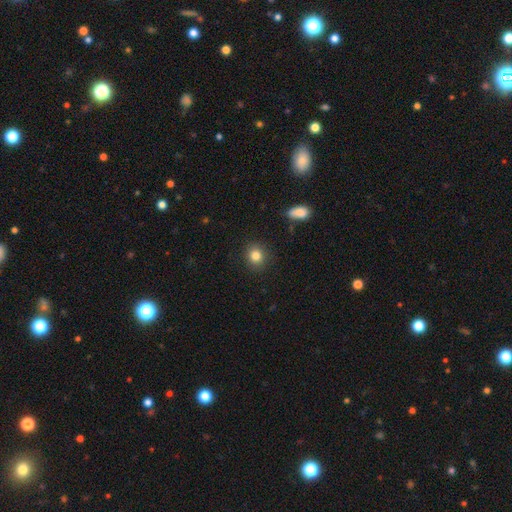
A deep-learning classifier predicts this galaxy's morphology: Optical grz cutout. It shows a smooth galaxy with no disk features (83%) that is round (79%). Merging: none (89%).